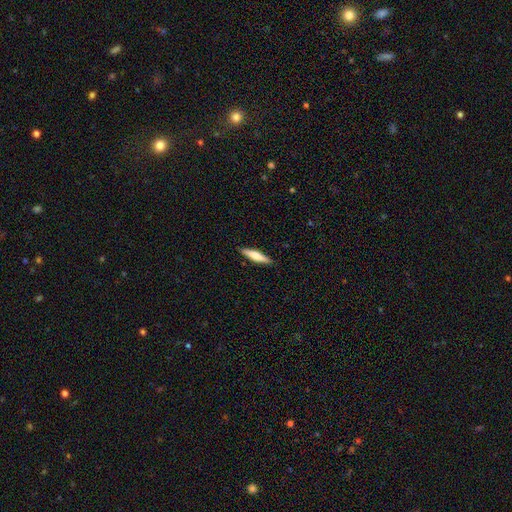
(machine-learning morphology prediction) type=smooth (64%); roundness=cigar-shaped (82%); merging=none (90%).